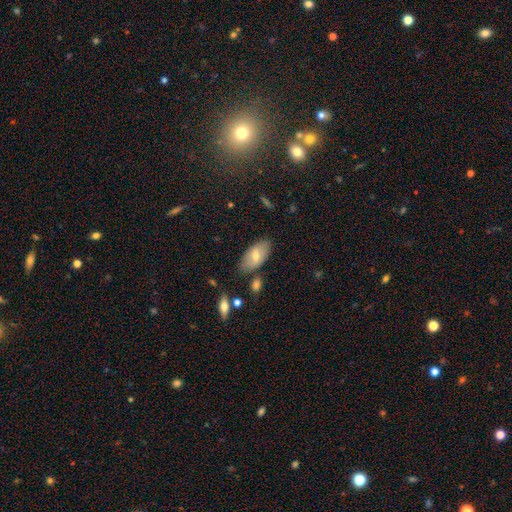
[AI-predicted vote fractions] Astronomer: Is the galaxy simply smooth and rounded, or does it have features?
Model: smooth — 65%.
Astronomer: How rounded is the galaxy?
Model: in between — 93%.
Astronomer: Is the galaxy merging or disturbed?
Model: none — 78%.